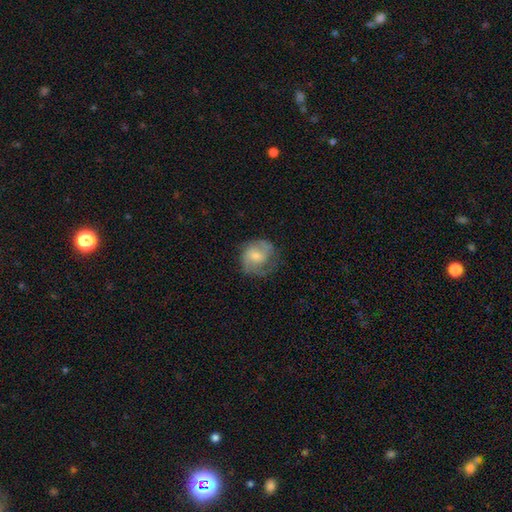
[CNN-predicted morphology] The model was most divided on "bulge size": moderate: 44%, small: 41%, none: 8%, large: 6%, dominant: 1%. Remaining: edge-on disk — no (98%); spiral arms — yes (87%); merging — none (62%); smooth or featured — featured or disk (57%); bar — no (49%).